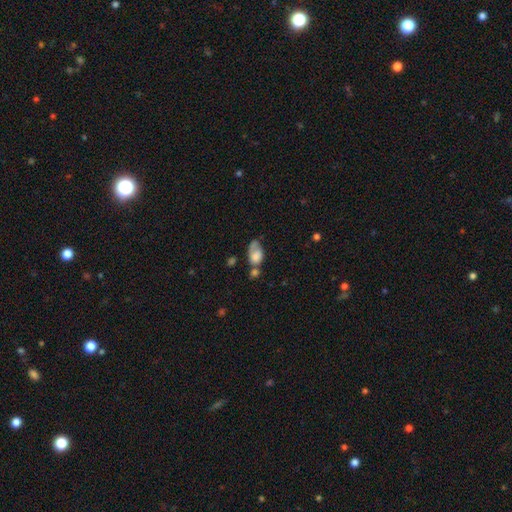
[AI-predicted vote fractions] smooth-or-featured: smooth: 66% | featured or disk: 25% | star or artifact: 9%
  how-rounded: in between: 84% | round: 14% | cigar-shaped: 2%
  merging: merger: 31% | none: 27% | major disturbance: 22% | minor disturbance: 20%